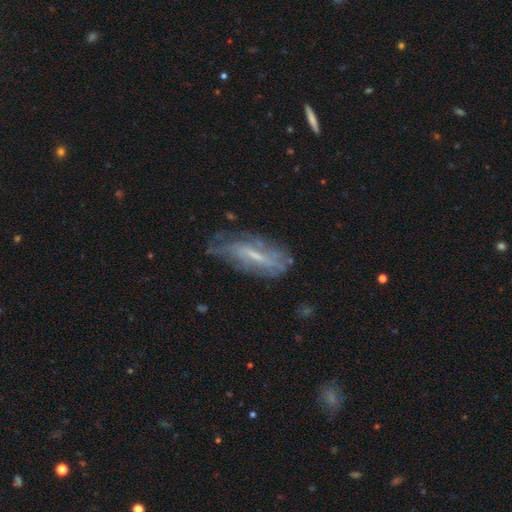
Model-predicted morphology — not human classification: This appears to be a featured or disk galaxy (64%). Merging: none (58%).